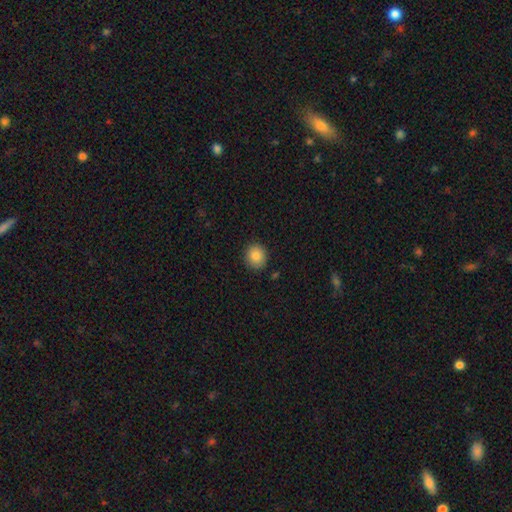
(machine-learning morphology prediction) A smooth galaxy with no disk features (85%) that is round (85%). Merging: none (89%).